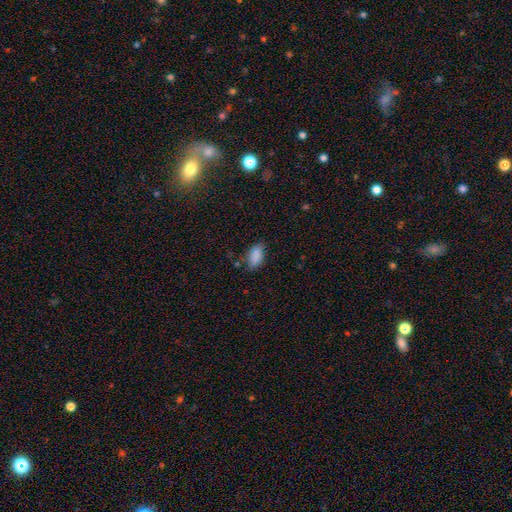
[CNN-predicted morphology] Smooth or featured: smooth — 87% (star or artifact — 8%)
How rounded: in between — 92% (cigar-shaped — 5%)
Merging: none — 74% (minor disturbance — 20%)